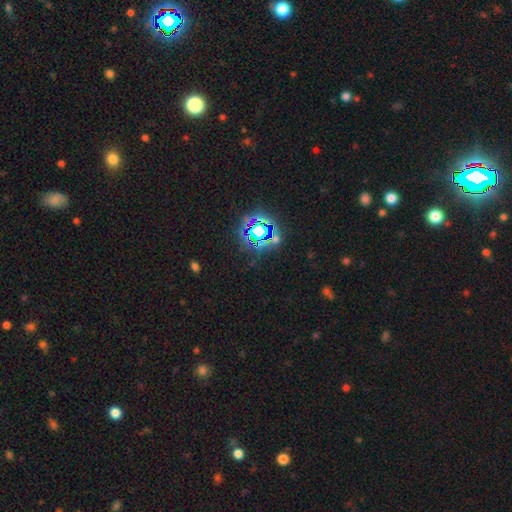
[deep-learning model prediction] The model was most divided on "smooth or featured": star or artifact: 77%, smooth: 16%, featured or disk: 7%.